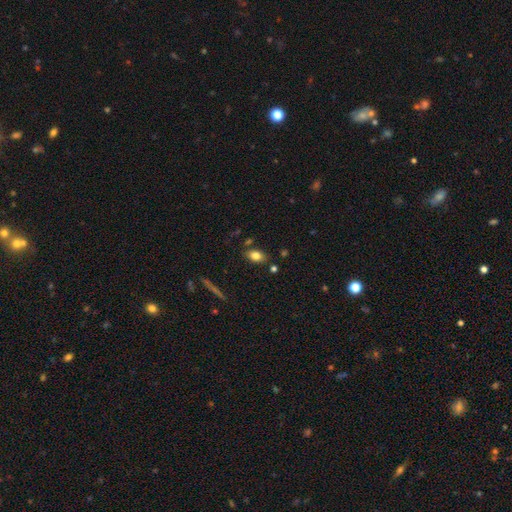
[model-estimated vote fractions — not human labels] Overall: smooth (79%). How rounded: in between (86%). Merging: none (80%).